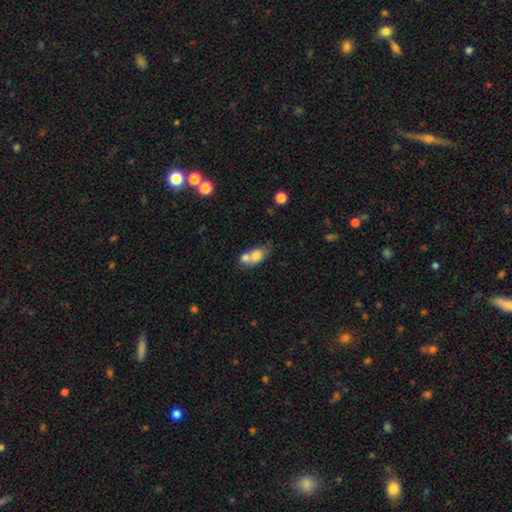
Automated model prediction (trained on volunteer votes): This is likely a smooth galaxy (72%). How rounded: likely in between (73%). Merging: likely merger (61%).